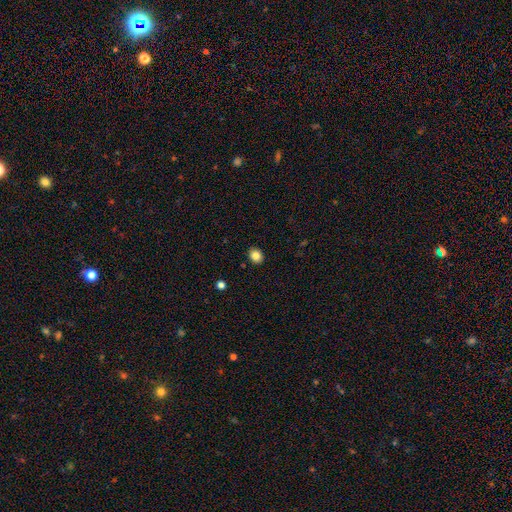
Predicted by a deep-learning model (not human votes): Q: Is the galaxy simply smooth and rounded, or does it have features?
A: smooth — 85%.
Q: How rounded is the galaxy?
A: round — 55%.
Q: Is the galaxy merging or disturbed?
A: none — 90%.